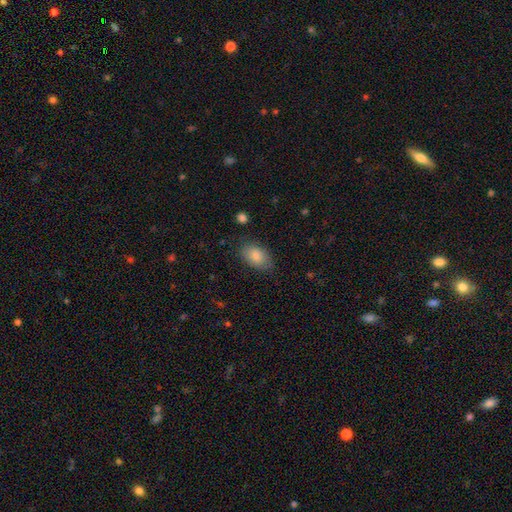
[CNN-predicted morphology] This is clearly a smooth galaxy (85%). How rounded: clearly in between (90%). Merging: likely none (79%).